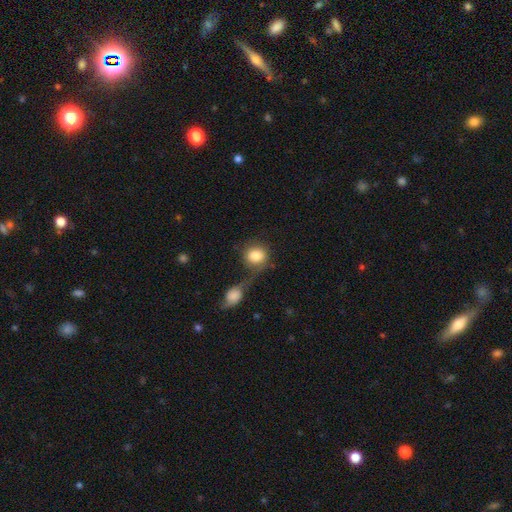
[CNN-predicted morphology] Q: Smooth or featured?
A: smooth (83%); runner-up: featured or disk (10%)
Q: How rounded?
A: round (75%); runner-up: in between (24%)
Q: Merging?
A: merger (43%); runner-up: none (35%)